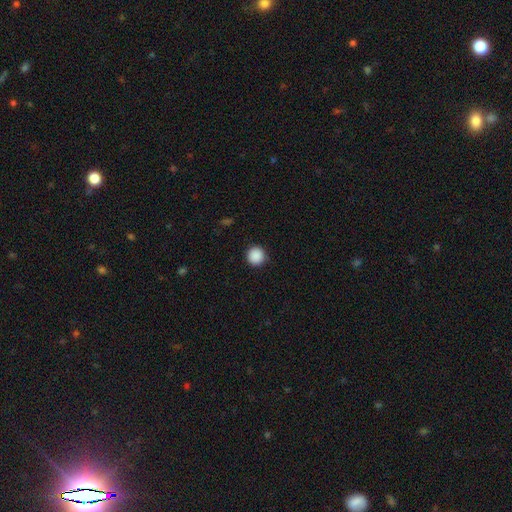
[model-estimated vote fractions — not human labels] This is clearly a smooth galaxy (89%). How rounded: clearly round (96%). Merging: clearly none (91%).